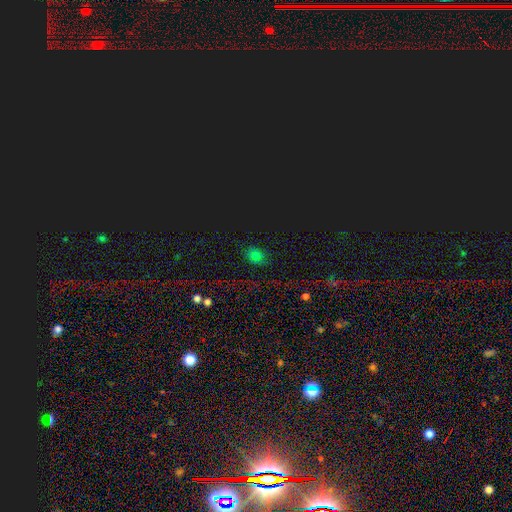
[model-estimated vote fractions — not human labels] Overall: smooth (60%; star or artifact 33%). How rounded: in between (55%; round 44%). Merging: none (81%).